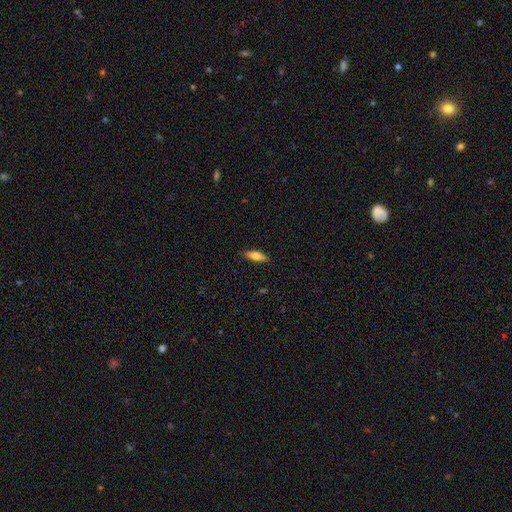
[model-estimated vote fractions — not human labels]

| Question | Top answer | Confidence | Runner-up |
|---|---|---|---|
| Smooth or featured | smooth | 69% | featured or disk (24%) |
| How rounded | in between | 51% | cigar-shaped (47%) |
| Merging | none | 87% | minor disturbance (10%) |